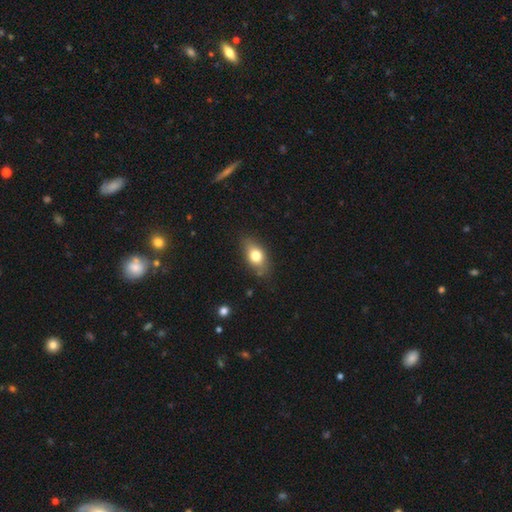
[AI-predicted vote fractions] Smooth or featured?
  - smooth: 74% *
  - featured or disk: 17%
  - star or artifact: 9%
How rounded?
  - in between: 78% *
  - round: 16%
  - cigar-shaped: 7%
Merging?
  - none: 78% *
  - minor disturbance: 17%
  - major disturbance: 4%
  - merger: 2%